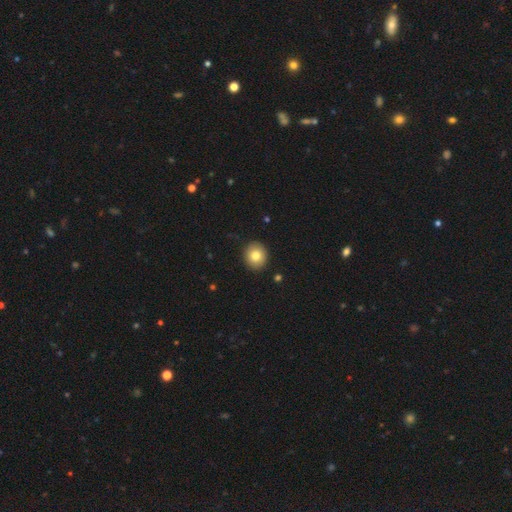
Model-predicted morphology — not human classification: Smooth or featured: smooth — 81% (featured or disk — 10%)
How rounded: round — 84% (in between — 15%)
Merging: none — 91% (minor disturbance — 6%)